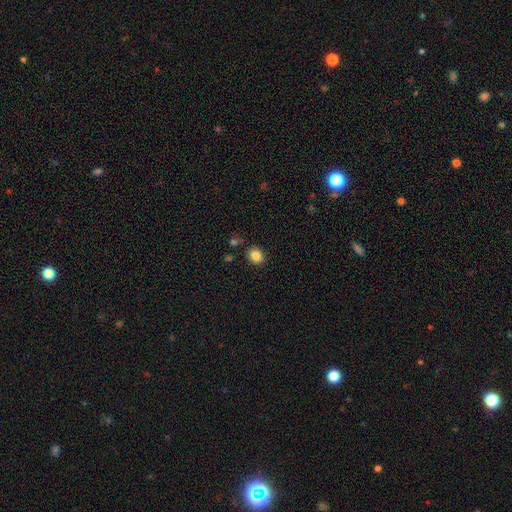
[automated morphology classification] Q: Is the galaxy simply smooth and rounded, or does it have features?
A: smooth — 85%.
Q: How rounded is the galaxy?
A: round — 56%.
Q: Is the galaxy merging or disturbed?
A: none — 84%.